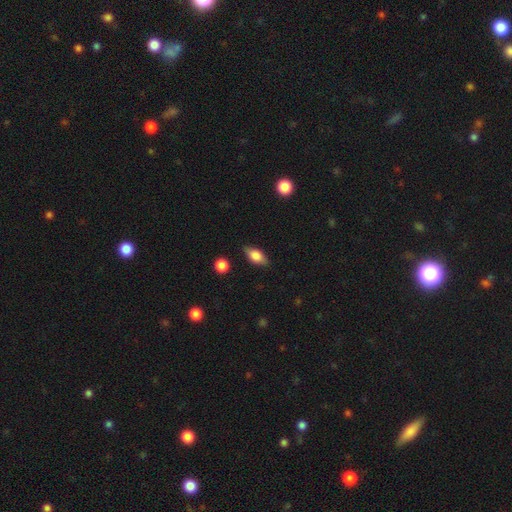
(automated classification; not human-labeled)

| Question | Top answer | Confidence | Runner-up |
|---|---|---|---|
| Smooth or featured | smooth | 68% | featured or disk (24%) |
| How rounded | in between | 82% | cigar-shaped (10%) |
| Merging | none | 81% | minor disturbance (14%) |